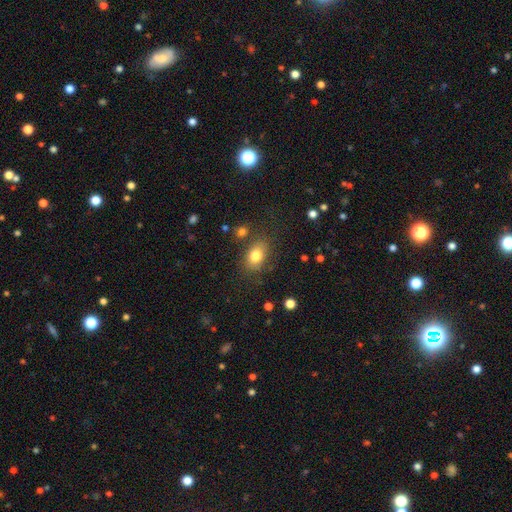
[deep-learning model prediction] Smooth or featured? Predicted: smooth (p=0.80). How rounded? Predicted: in between (p=0.75). Merging? Predicted: none (p=0.76).